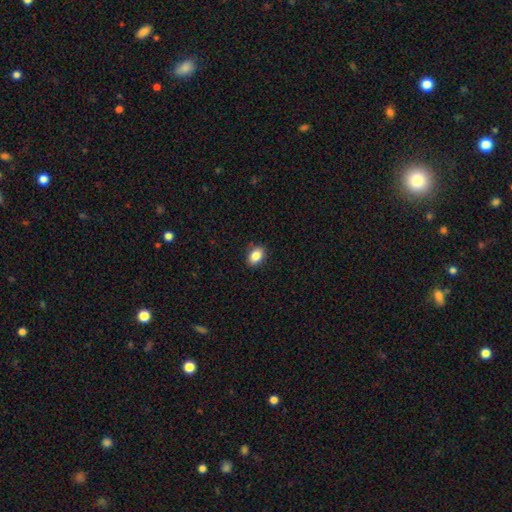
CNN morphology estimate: smooth 86%, star or artifact 8%, featured or disk 6%. Down the decision tree: how rounded — in between (80%); merging — none (88%).